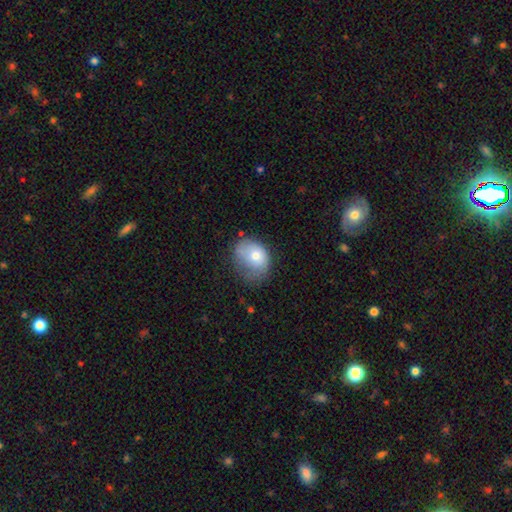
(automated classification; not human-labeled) smooth_or_featured: smooth (p=0.71) [alt: featured or disk p=0.21]
how_rounded: in between (p=0.63) [alt: round p=0.36]
merging: minor disturbance (p=0.39) [alt: none p=0.34]